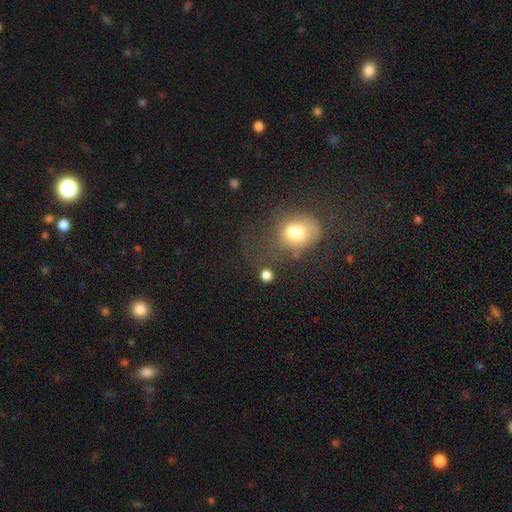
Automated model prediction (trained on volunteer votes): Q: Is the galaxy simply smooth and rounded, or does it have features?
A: smooth — 65%.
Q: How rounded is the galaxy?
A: round — 55%.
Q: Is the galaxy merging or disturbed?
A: none — 72%.